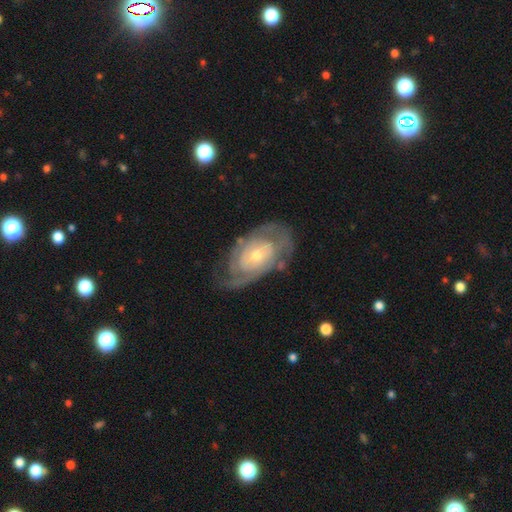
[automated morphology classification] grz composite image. It shows a featured or disk galaxy (82%) with no bar (75%), tight (65%) spiral arms (86%) and a small central bulge (52%). Merging: none (65%).